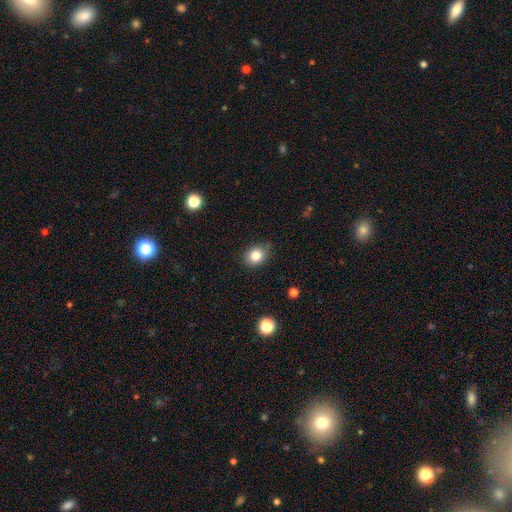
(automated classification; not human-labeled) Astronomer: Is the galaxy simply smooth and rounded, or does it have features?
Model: smooth — 83%.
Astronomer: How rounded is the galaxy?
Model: round — 57% (runner-up: in between, 42%).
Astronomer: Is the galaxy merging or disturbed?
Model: none — 83%.